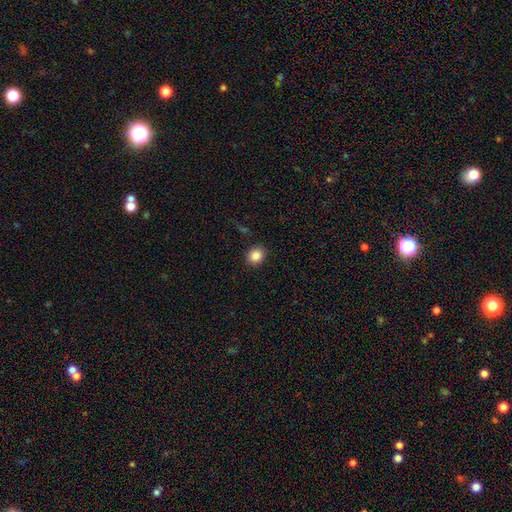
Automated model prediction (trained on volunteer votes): Smooth or featured? Predicted: smooth (p=0.86). How rounded? Predicted: round (p=0.76). Merging? Predicted: none (p=0.89).